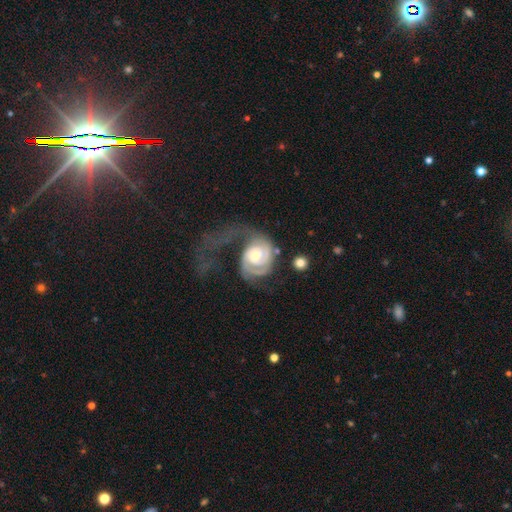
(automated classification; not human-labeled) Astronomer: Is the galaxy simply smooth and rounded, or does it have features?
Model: featured or disk — 89%.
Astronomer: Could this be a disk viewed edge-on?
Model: no — 98%.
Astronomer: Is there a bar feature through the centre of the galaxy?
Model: no — 49% (runner-up: weak, 40%).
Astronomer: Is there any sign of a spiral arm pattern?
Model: yes — 97%.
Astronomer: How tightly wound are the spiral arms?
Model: tight — 57%.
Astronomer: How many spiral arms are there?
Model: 2 — 58%.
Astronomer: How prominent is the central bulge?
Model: moderate — 57% (runner-up: small, 36%).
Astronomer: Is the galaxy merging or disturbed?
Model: major disturbance — 52%.